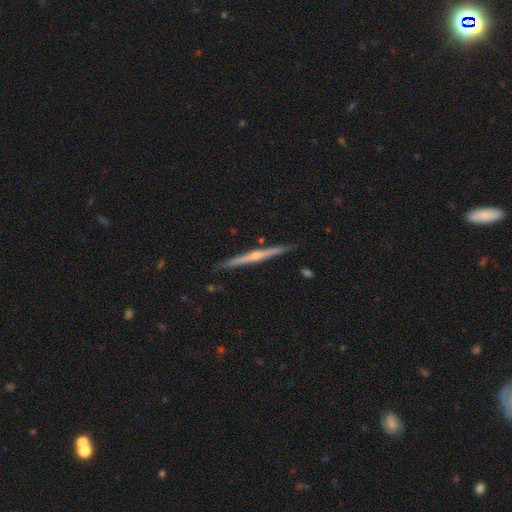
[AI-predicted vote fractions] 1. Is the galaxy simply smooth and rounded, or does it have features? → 77% featured or disk, 17% smooth, 6% star or artifact.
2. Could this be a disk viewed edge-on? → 98% yes, 2% no.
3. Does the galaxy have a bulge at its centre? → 74% rounded, 21% none, 5% boxy.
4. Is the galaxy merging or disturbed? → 90% none, 8% minor disturbance, 1% merger, 1% major disturbance.